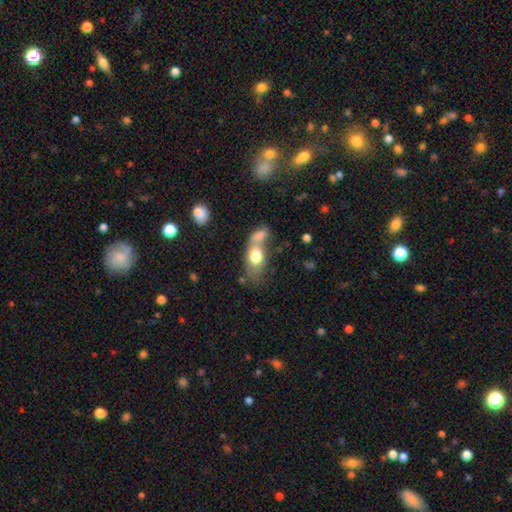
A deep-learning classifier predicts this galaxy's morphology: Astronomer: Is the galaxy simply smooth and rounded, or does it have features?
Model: smooth — 73%.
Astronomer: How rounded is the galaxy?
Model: in between — 81%.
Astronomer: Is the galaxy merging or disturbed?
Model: merger — 55%.